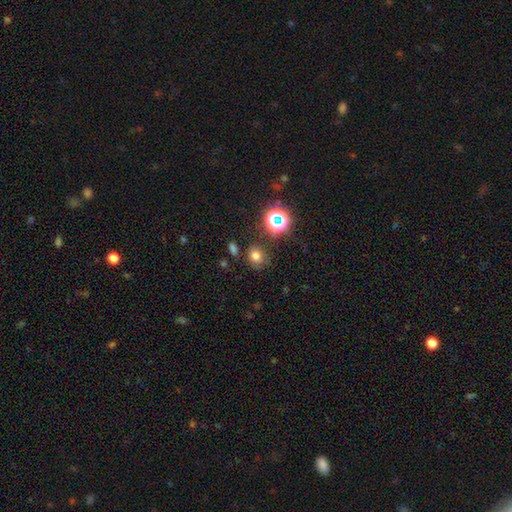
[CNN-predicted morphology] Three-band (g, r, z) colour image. It shows a smooth galaxy with no disk features (69%) that is round (66%). Merging: none (77%).